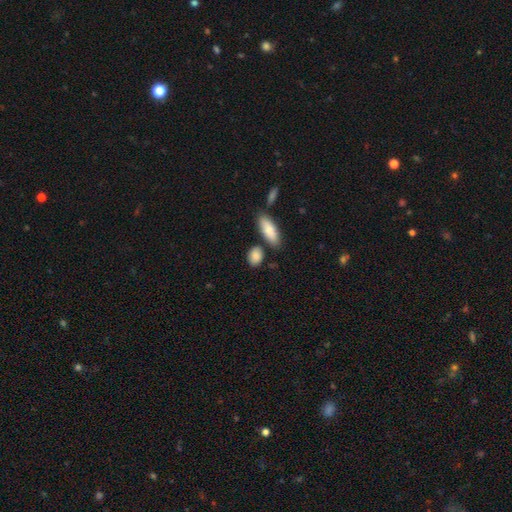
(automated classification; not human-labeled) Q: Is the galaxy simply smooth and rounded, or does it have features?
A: smooth — 87%.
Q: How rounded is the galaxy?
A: in between — 69%.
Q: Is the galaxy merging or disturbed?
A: none — 74%.